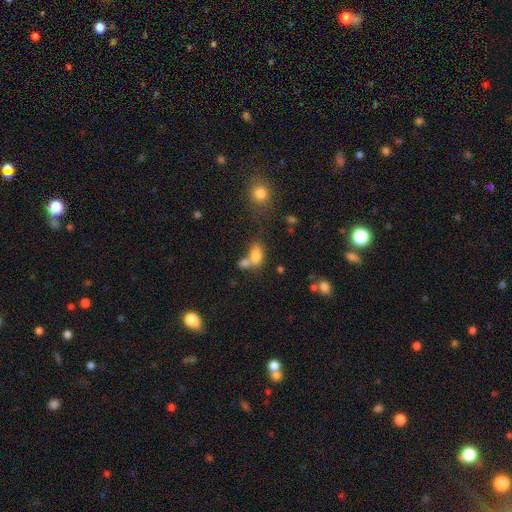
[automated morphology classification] Smooth or featured? smooth (78%)
How rounded? in between (84%)
Merging? merger (47%)